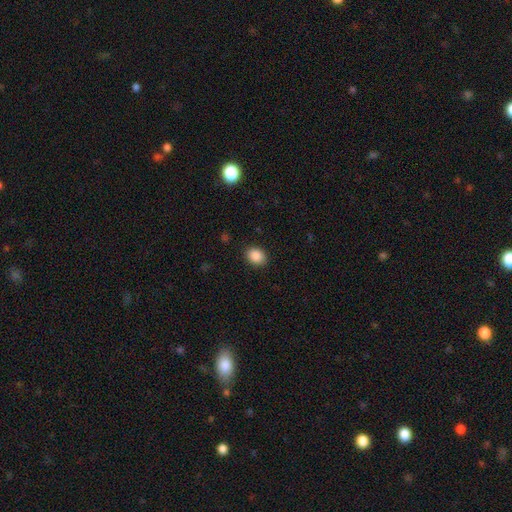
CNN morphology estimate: A smooth galaxy with no disk features (88%) that is in between round and cigar-shaped (54%).

Vote fractions:
- Smooth or featured? smooth: 88% / star or artifact: 9% / featured or disk: 3%
- How rounded? in between: 54% / round: 45% / cigar-shaped: 1%
- Merging? none: 89% / minor disturbance: 8% / major disturbance: 2% / merger: 1%